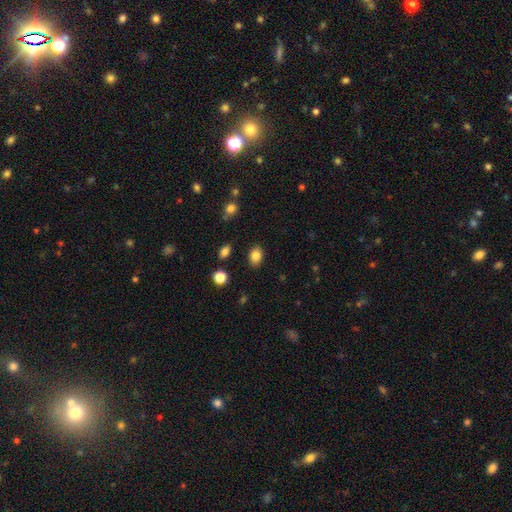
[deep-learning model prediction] smooth 84%, star or artifact 9%, featured or disk 6%. Down the decision tree: how rounded — in between (77%); merging — none (86%).